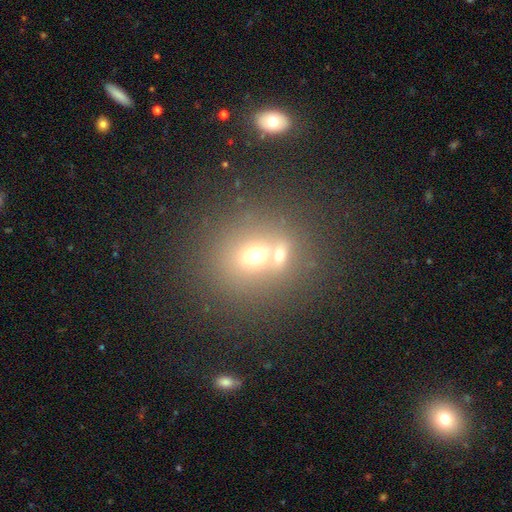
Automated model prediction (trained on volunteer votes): smooth_or_featured: smooth (p=0.61) [alt: featured or disk p=0.20]
how_rounded: round (p=0.78) [alt: in between p=0.21]
merging: merger (p=0.46) [alt: none p=0.42]